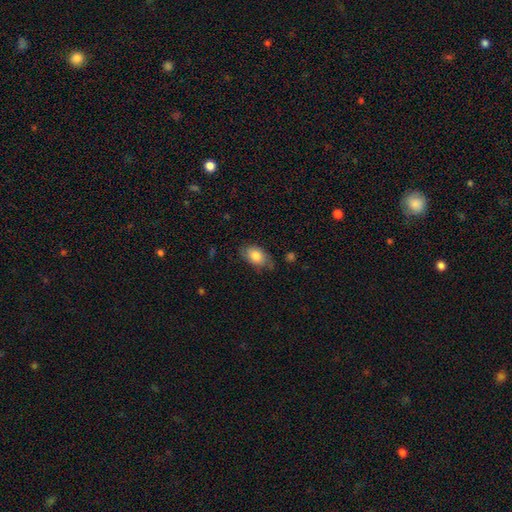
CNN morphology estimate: A smooth galaxy with no disk features (75%) that is in between round and cigar-shaped (89%). Merging: none (66%).